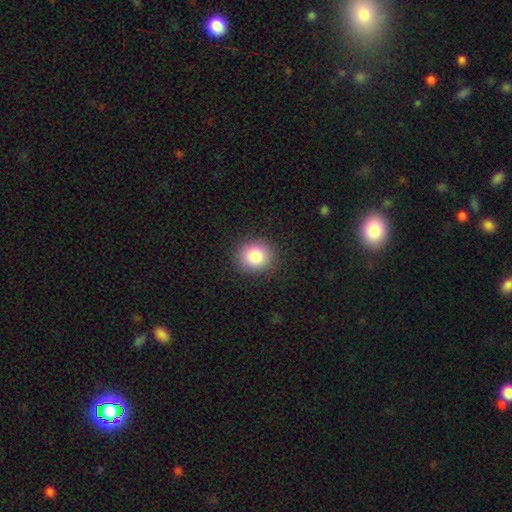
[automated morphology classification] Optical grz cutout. It shows a smooth galaxy with no disk features (83%) that is round (81%). Merging: none (91%).